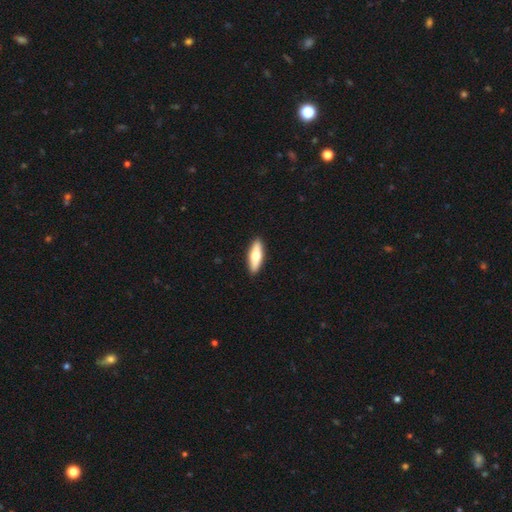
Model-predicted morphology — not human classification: Smooth or featured: smooth — 62% (featured or disk — 32%)
How rounded: cigar-shaped — 50% (in between — 48%)
Merging: none — 91% (minor disturbance — 7%)